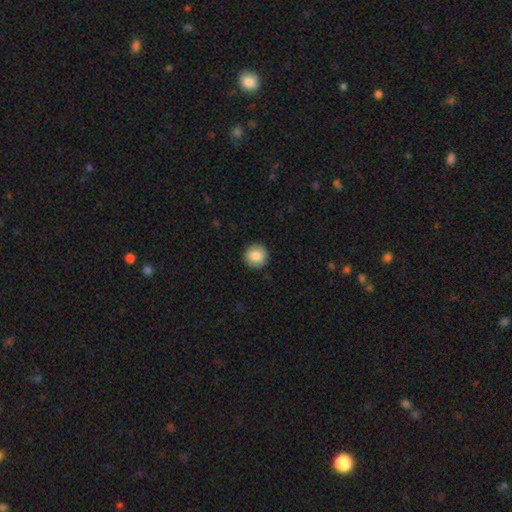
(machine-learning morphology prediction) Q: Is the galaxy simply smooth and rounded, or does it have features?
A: smooth — 85%.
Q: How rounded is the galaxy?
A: round — 94%.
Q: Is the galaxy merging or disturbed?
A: none — 91%.